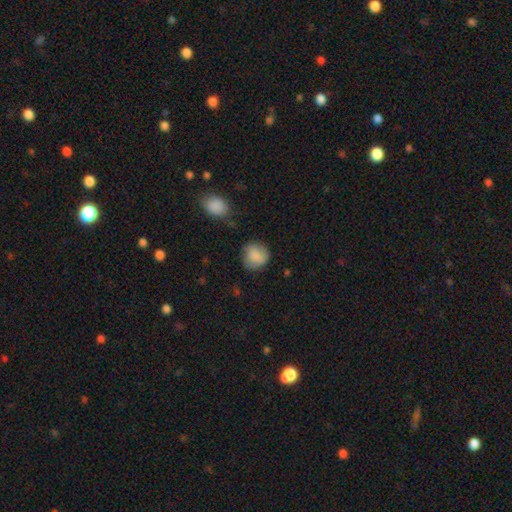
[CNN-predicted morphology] Q: Smooth or featured?
A: smooth (82%); runner-up: featured or disk (11%)
Q: How rounded?
A: round (82%); runner-up: in between (17%)
Q: Merging?
A: none (70%); runner-up: minor disturbance (21%)